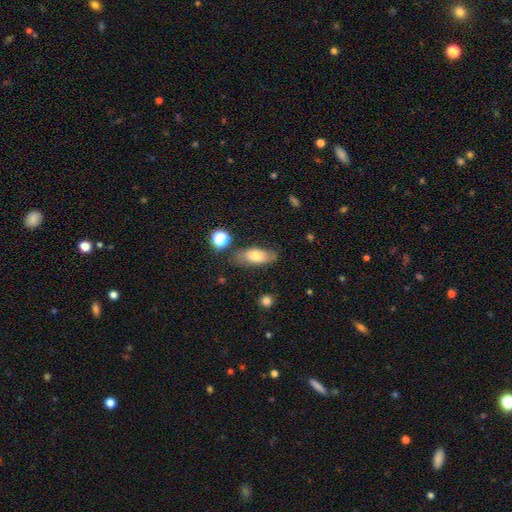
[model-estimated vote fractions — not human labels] Smooth or featured?
  - smooth: 71% *
  - featured or disk: 21%
  - star or artifact: 9%
How rounded?
  - in between: 81% *
  - cigar-shaped: 14%
  - round: 5%
Merging?
  - none: 73% *
  - minor disturbance: 18%
  - major disturbance: 5%
  - merger: 4%